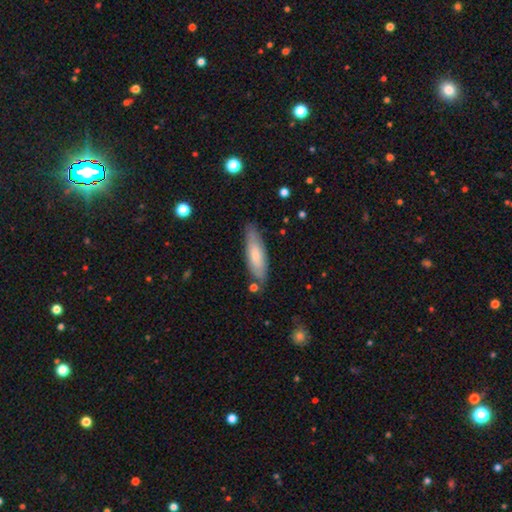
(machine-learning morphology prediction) A smooth galaxy with no disk features (68%) that is cigar-shaped (52%).

Vote fractions:
- Smooth or featured? smooth: 68% / featured or disk: 26% / star or artifact: 6%
- How rounded? cigar-shaped: 52% / in between: 47% / round: 2%
- Merging? none: 78% / minor disturbance: 17% / major disturbance: 3% / merger: 3%